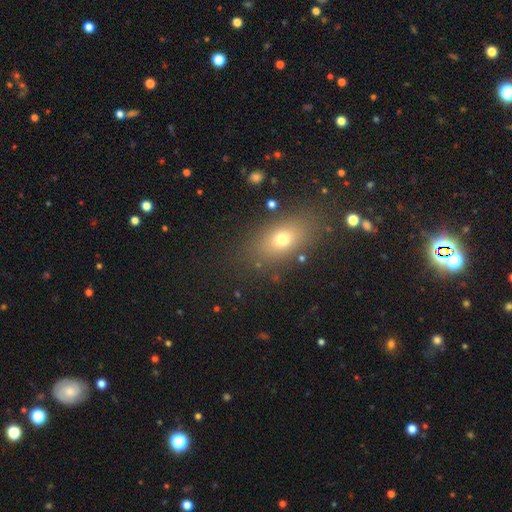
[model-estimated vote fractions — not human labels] This is likely a smooth galaxy (64%). How rounded: likely in between (73%). Merging: clearly none (84%).